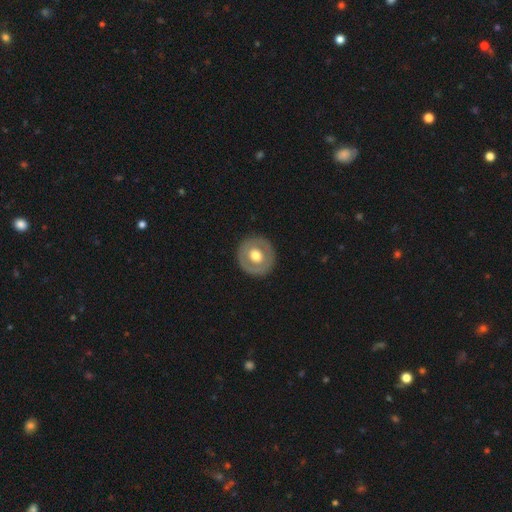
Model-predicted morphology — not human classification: Overall: smooth (51%; featured or disk 43%). How rounded: round (92%). Merging: none (88%).